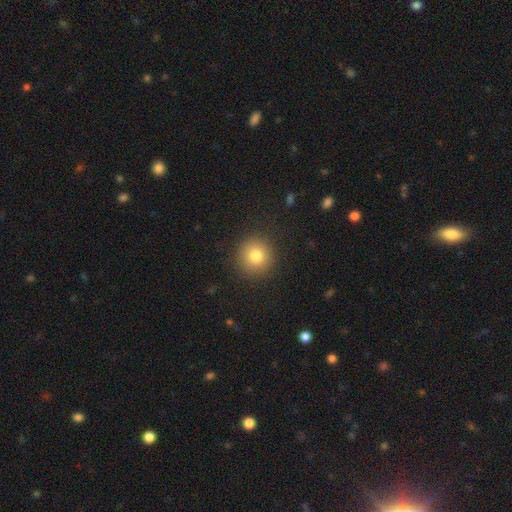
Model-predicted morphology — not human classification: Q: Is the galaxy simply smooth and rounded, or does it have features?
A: smooth — 80%.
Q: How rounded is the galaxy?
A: round — 93%.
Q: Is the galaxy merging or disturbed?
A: none — 90%.